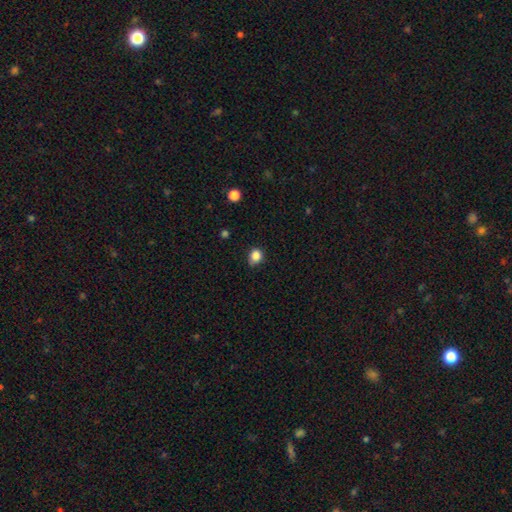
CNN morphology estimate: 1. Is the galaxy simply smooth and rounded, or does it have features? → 85% smooth, 11% star or artifact, 4% featured or disk.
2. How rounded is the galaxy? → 66% round, 33% in between, 1% cigar-shaped.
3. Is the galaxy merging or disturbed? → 68% none, 26% minor disturbance, 4% major disturbance, 2% merger.